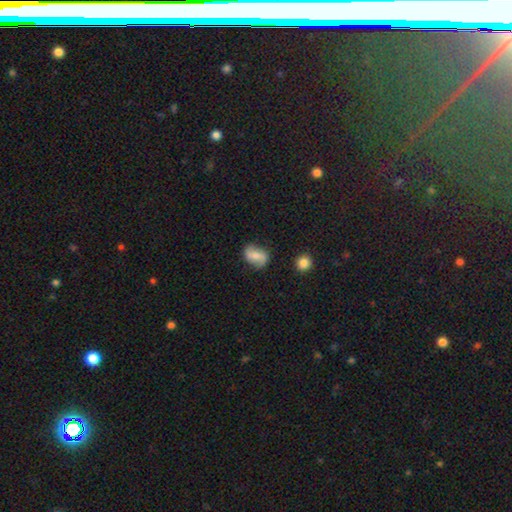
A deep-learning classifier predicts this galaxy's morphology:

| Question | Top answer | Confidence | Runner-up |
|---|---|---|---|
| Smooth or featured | smooth | 48% | featured or disk (43%) |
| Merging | none | 72% | minor disturbance (20%) |